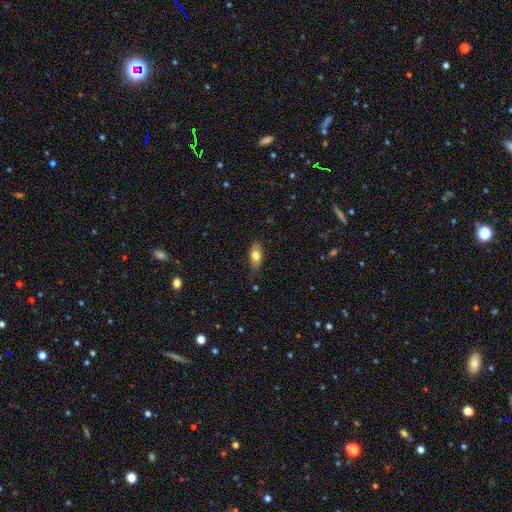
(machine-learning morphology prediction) type=smooth (75%); roundness=in between (85%); merging=none (74%).